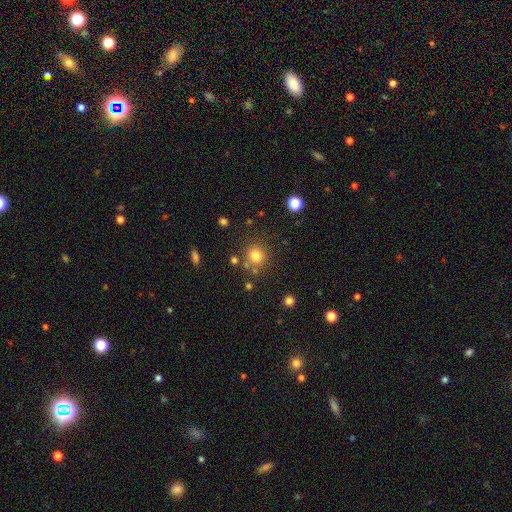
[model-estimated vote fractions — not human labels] A smooth galaxy with no disk features (78%) that is round (90%).

Vote fractions:
- Smooth or featured? smooth: 78% / star or artifact: 14% / featured or disk: 8%
- How rounded? round: 90% / in between: 9% / cigar-shaped: 1%
- Merging? none: 78% / minor disturbance: 10% / merger: 9% / major disturbance: 4%